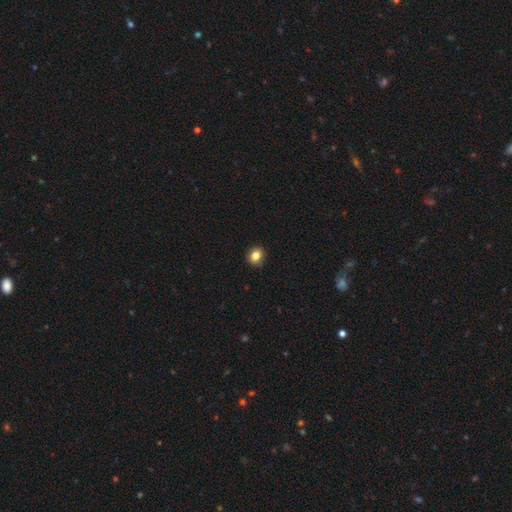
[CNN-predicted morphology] Smooth or featured? smooth (83%)
How rounded? round (72%)
Merging? none (88%)